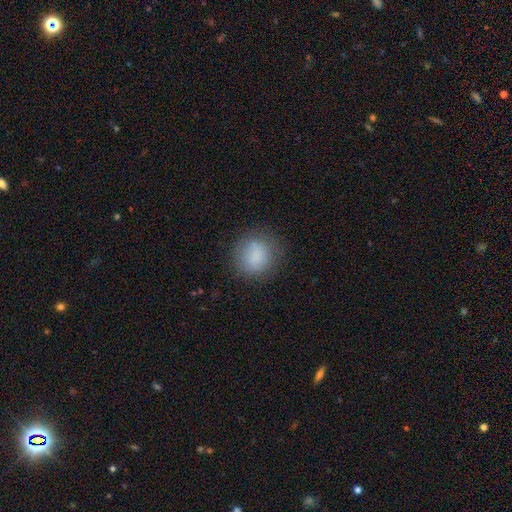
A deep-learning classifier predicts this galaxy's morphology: This is clearly a smooth galaxy (83%). How rounded: clearly round (80%). Merging: likely none (79%).